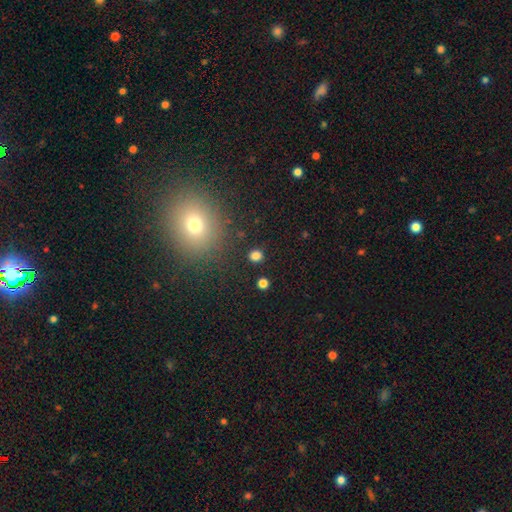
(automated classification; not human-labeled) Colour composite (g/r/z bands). It shows a smooth galaxy with no disk features (80%) that is round (83%). Merging: none (88%).